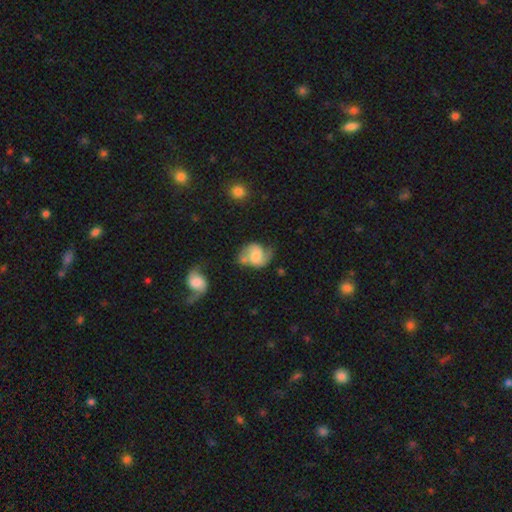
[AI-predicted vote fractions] featured or disk 68%, smooth 25%, star or artifact 7%. Down the decision tree: edge-on disk — no (98%); bar — no (52%); spiral arms — yes (92%); spiral arm count — 2 (84%); spiral winding — medium (48%); bulge size — moderate (41%); merging — none (51%).